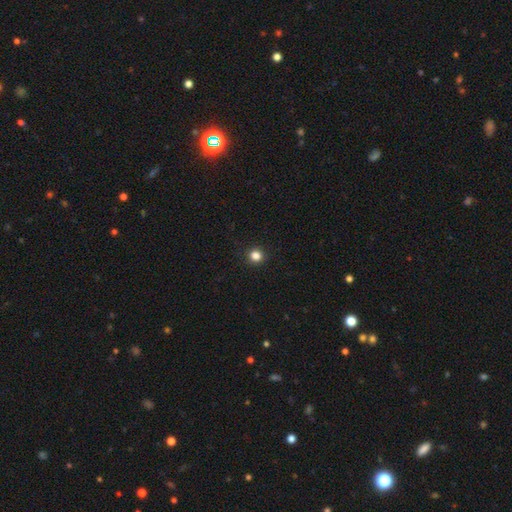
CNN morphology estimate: smooth-or-featured: smooth: 83% | star or artifact: 13% | featured or disk: 4%
  how-rounded: round: 92% | in between: 7% | cigar-shaped: 1%
  merging: none: 92% | minor disturbance: 5% | major disturbance: 2% | merger: 1%